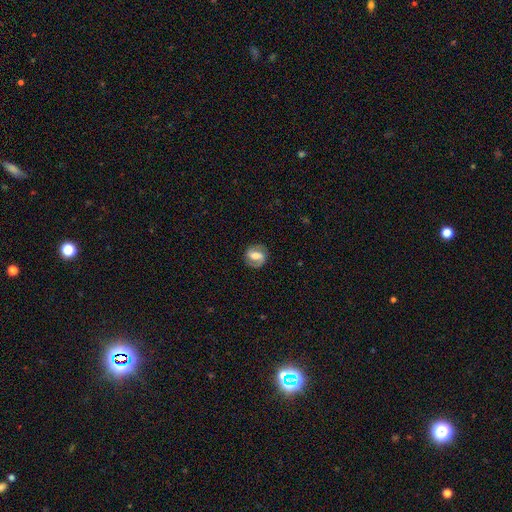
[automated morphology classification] smooth-or-featured: featured or disk: 65% | smooth: 28% | star or artifact: 7%
  disk-edge-on: no: 96% | yes: 4%
    bar: strong: 44% | weak: 39% | no: 17%
    has-spiral-arms: yes: 85% | no: 15%
      spiral-winding: medium: 44% | tight: 33% | loose: 23%
      spiral-arm-count: 2: 82% | 1: 9% | can't tell: 6% | 3: 1% | 4: 1% | more than 4: 1%
    bulge-size: moderate: 55% | small: 20% | large: 19% | none: 4% | dominant: 2%
  merging: none: 81% | minor disturbance: 13% | major disturbance: 5% | merger: 1%